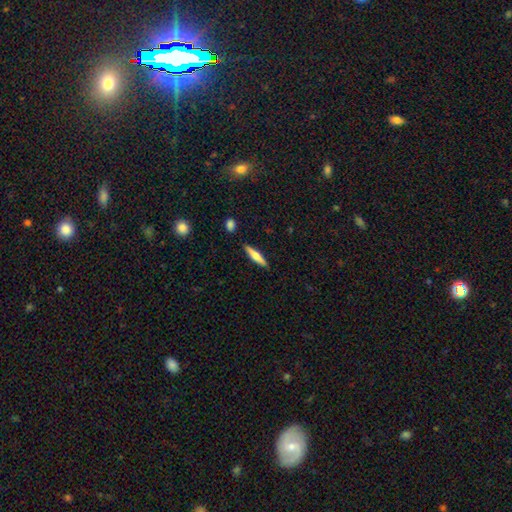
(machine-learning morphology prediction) Q: Smooth or featured?
A: smooth (49%); runner-up: featured or disk (45%)
Q: Merging?
A: none (89%); runner-up: minor disturbance (7%)